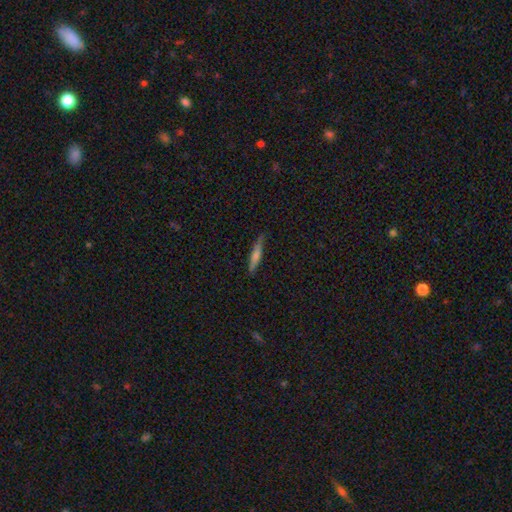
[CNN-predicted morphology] A smooth galaxy with no disk features (54%) that is cigar-shaped (91%). Merging: none (83%).